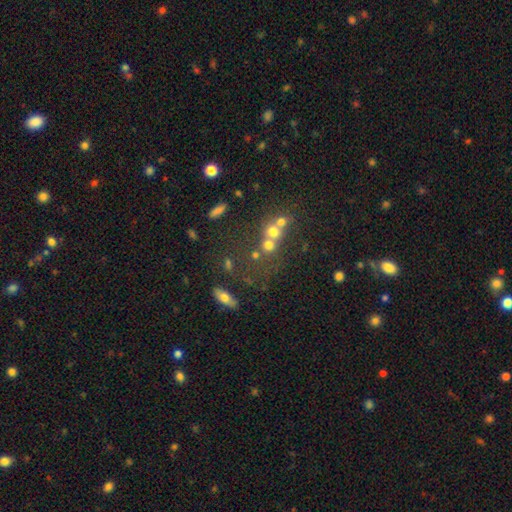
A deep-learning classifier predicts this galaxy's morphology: smooth-or-featured: smooth: 49% | star or artifact: 26% | featured or disk: 25%
  merging: merger: 48% | none: 36% | minor disturbance: 9% | major disturbance: 7%